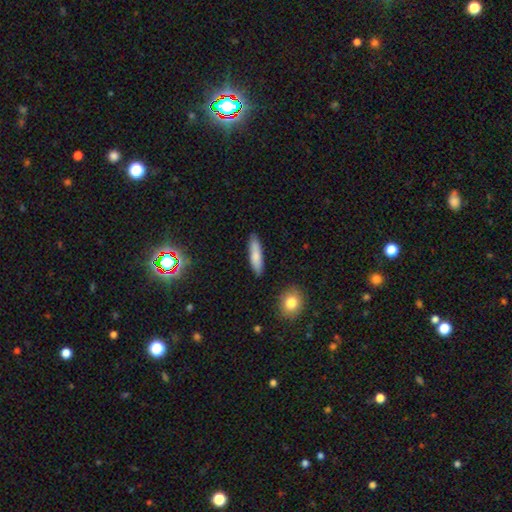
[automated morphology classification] A smooth galaxy with no disk features (80%) that is cigar-shaped (71%). Merging: none (86%).